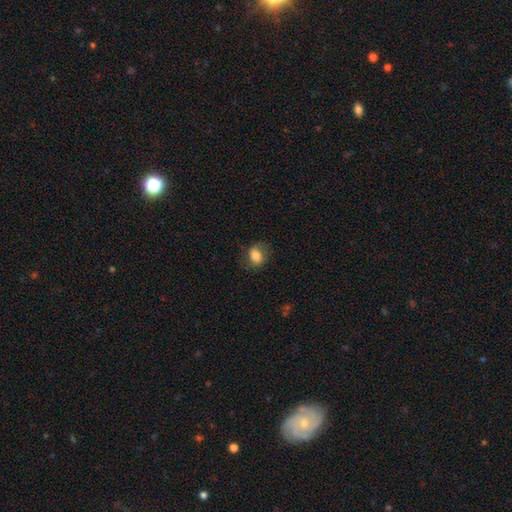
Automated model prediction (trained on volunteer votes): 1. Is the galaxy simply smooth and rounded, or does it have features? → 75% smooth, 16% featured or disk, 9% star or artifact.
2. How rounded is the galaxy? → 65% in between, 34% round, 2% cigar-shaped.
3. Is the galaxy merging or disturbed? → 66% none, 23% minor disturbance, 11% major disturbance, 1% merger.